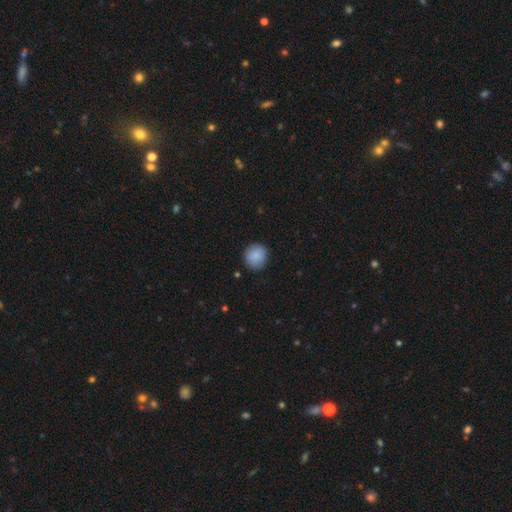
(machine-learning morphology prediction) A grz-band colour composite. It shows a smooth galaxy with no disk features (88%) that is round (84%). Merging: none (86%).